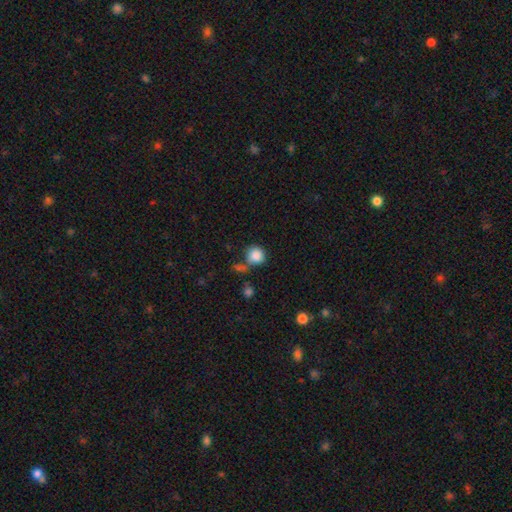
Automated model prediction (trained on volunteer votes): Smooth or featured? smooth (86%)
How rounded? round (87%)
Merging? none (59%)